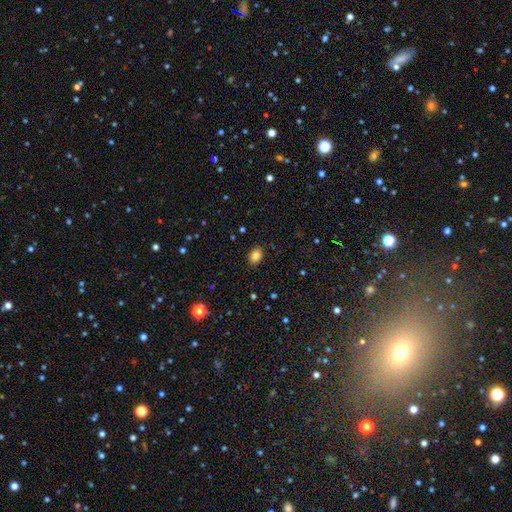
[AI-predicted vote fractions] smooth_or_featured: smooth (p=0.83) [alt: star or artifact p=0.11]
how_rounded: in between (p=0.58) [alt: round p=0.41]
merging: none (p=0.88) [alt: minor disturbance p=0.09]